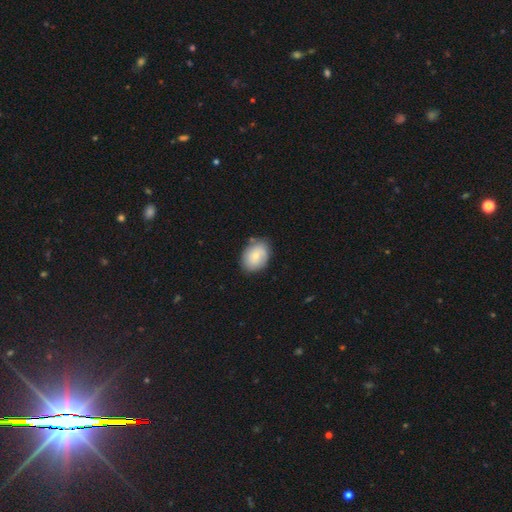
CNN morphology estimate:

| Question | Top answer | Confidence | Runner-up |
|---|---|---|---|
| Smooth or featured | smooth | 68% | featured or disk (25%) |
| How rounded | in between | 66% | round (33%) |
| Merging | none | 78% | minor disturbance (16%) |